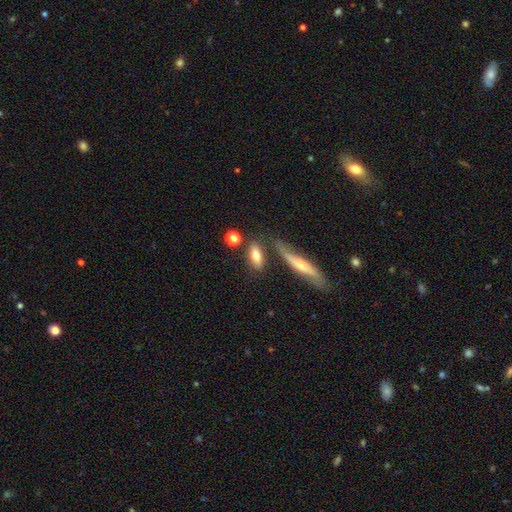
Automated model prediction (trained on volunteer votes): The model was most divided on "how rounded": in between: 68%, cigar-shaped: 26%, round: 6%. More confident: merging — none (69%); smooth or featured — smooth (68%).